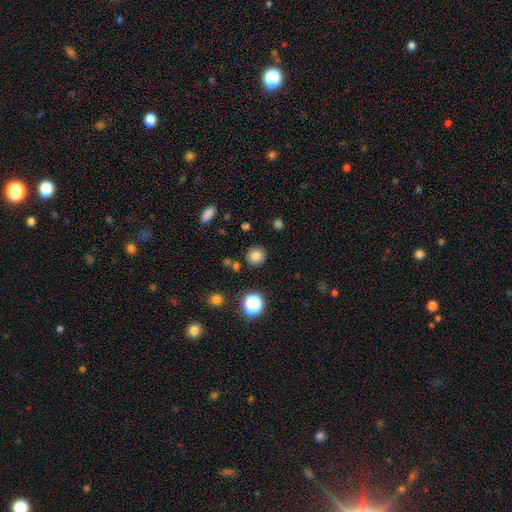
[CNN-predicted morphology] A smooth galaxy with no disk features (81%) that is round (88%). Merging: none (87%).